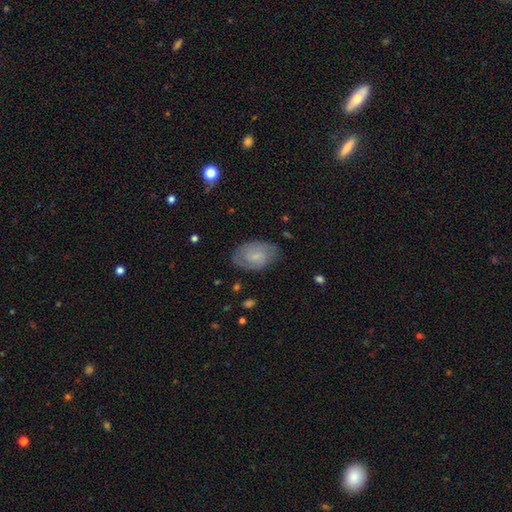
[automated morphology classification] Smooth or featured? Predicted: featured or disk (p=0.48). Merging? Predicted: none (p=0.73).